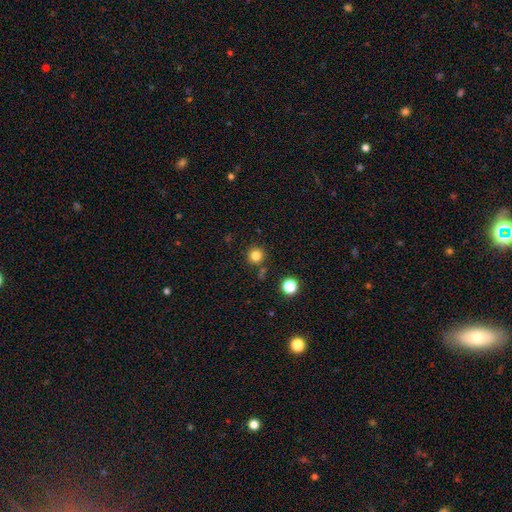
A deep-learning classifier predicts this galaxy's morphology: smooth-or-featured: smooth: 82% | star or artifact: 14% | featured or disk: 5%
  how-rounded: round: 95% | in between: 4% | cigar-shaped: 1%
  merging: none: 85% | minor disturbance: 7% | merger: 5% | major disturbance: 2%